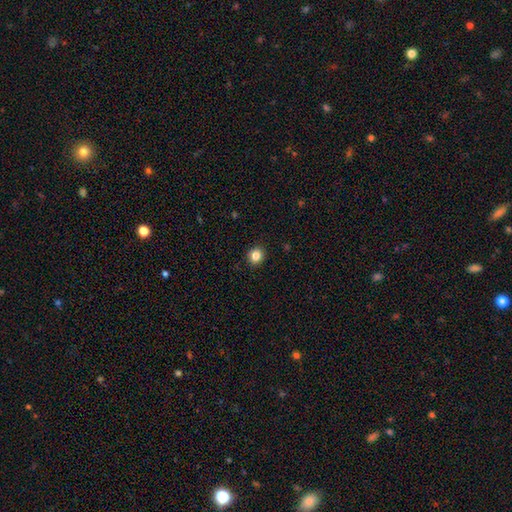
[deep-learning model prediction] Morphology: type=smooth (84%); roundness=round (84%); merging=none (91%).